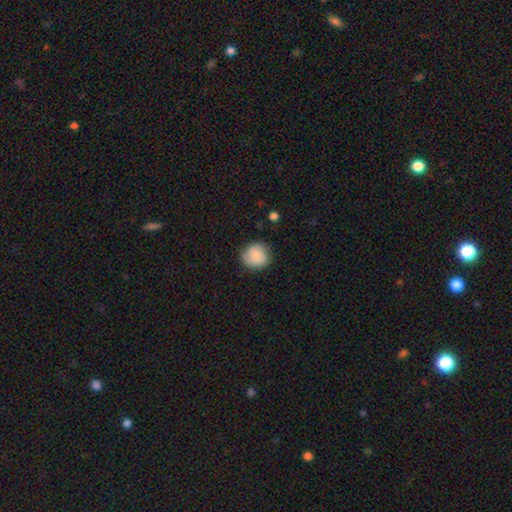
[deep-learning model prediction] Smooth or featured: smooth — 79% (featured or disk — 13%)
How rounded: round — 82% (in between — 17%)
Merging: none — 76% (minor disturbance — 18%)